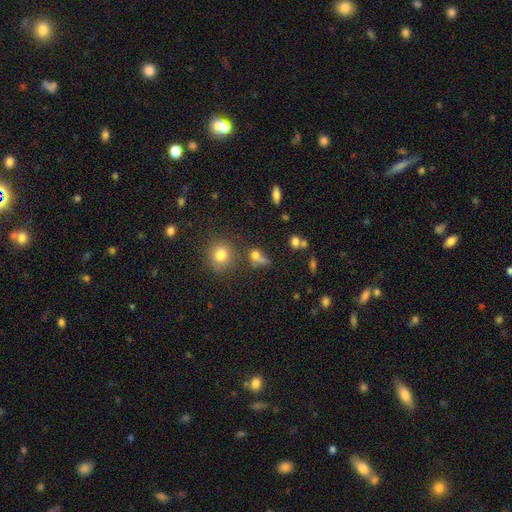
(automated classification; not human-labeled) smooth 69%, star or artifact 19%, featured or disk 12%. Down the decision tree: how rounded — round (65%); merging — none (47%).